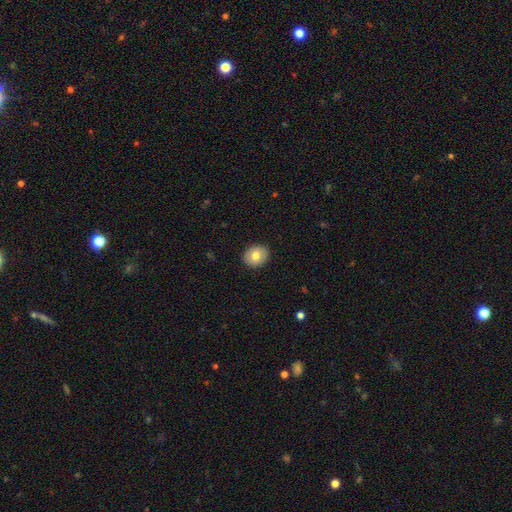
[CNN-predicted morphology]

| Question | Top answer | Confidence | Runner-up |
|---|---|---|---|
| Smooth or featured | smooth | 75% | featured or disk (17%) |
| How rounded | round | 56% | in between (43%) |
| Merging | none | 90% | minor disturbance (7%) |